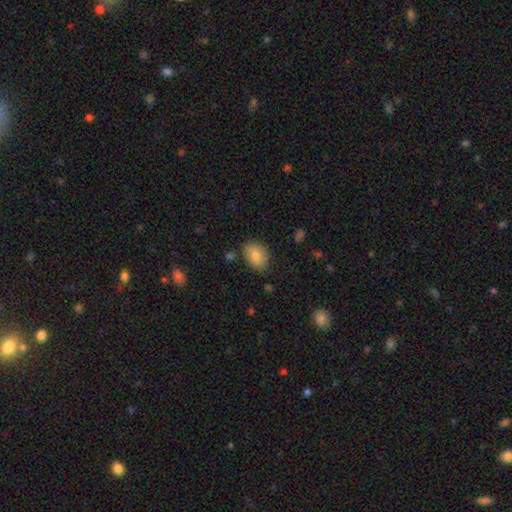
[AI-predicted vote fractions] The model was most divided on "how rounded": in between: 74%, round: 25%, cigar-shaped: 1%. More confident: smooth or featured — smooth (81%); merging — none (79%).